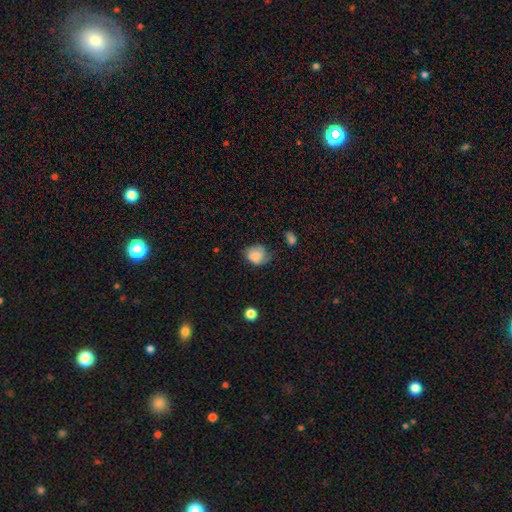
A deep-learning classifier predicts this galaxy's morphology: A smooth galaxy with no disk features (79%) that is round (59%). Merging: none (52%).